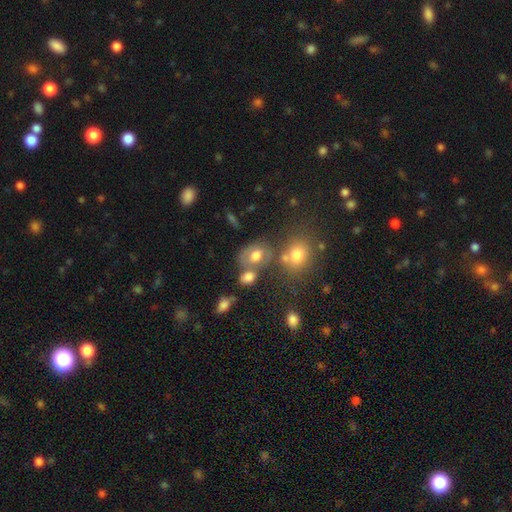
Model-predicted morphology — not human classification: Q: Smooth or featured?
A: smooth (64%); runner-up: featured or disk (23%)
Q: How rounded?
A: in between (57%); runner-up: round (42%)
Q: Merging?
A: none (48%); runner-up: merger (26%)